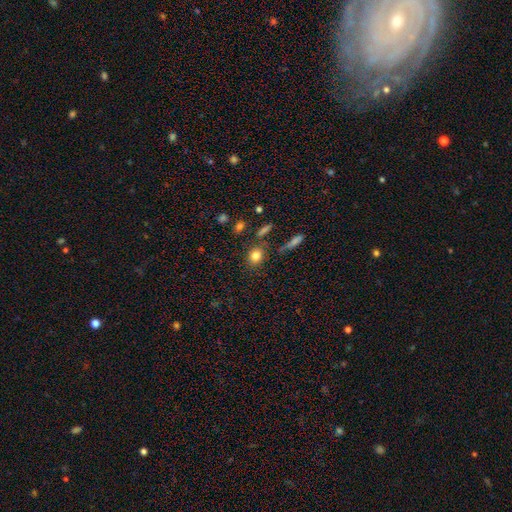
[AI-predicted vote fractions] Smooth or featured: smooth — 82% (star or artifact — 11%)
How rounded: round — 56% (in between — 42%)
Merging: none — 78% (minor disturbance — 11%)